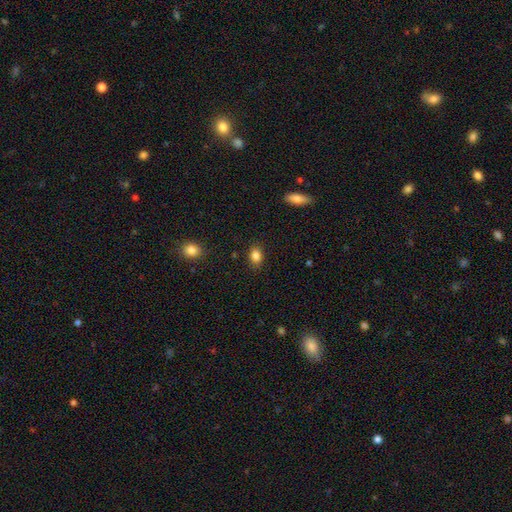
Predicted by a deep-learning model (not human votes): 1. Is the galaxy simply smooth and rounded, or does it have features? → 85% smooth, 10% star or artifact, 5% featured or disk.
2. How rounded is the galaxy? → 75% in between, 23% round, 2% cigar-shaped.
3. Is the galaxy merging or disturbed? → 86% none, 10% minor disturbance, 2% major disturbance, 1% merger.